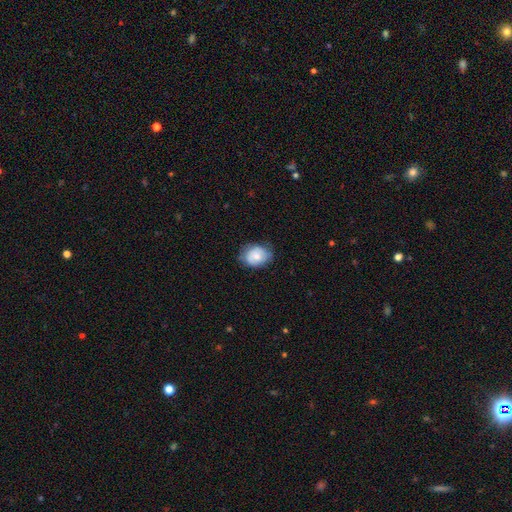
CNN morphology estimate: This is likely a smooth galaxy (66%). How rounded: possibly in between (55%). Merging: likely none (67%).